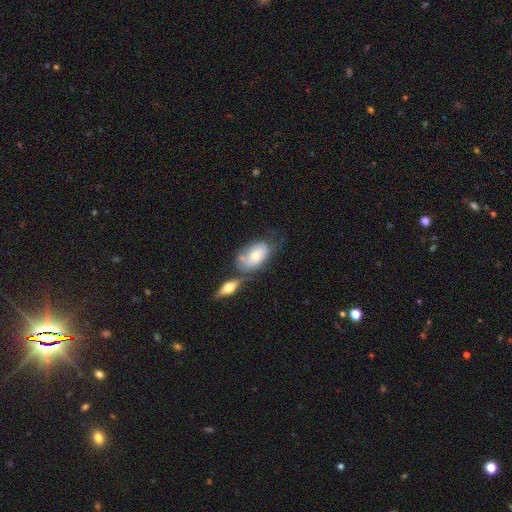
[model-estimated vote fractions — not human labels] Morphology: type=smooth (61%); roundness=in between (90%); merging=none (36%).